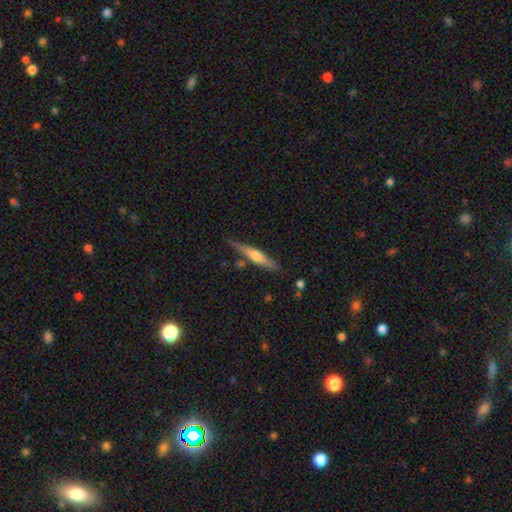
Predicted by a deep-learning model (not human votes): smooth_or_featured: featured or disk (p=0.52) [alt: smooth p=0.42]
disk_edge_on: yes (p=0.94) [alt: no p=0.06]
merging: none (p=0.76) [alt: minor disturbance p=0.16]